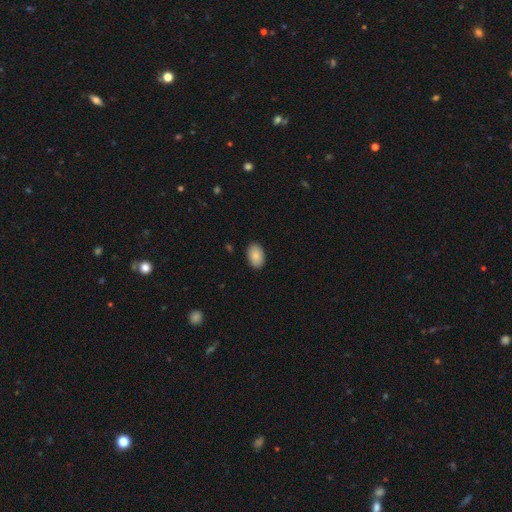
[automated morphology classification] The model was most divided on "smooth or featured": smooth: 86%, star or artifact: 7%, featured or disk: 7%. More confident: how rounded — in between (91%); merging — none (89%).